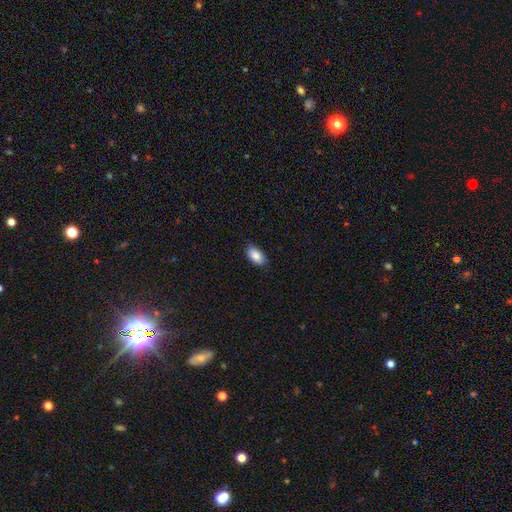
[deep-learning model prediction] This is clearly a smooth galaxy (88%). How rounded: clearly in between (93%). Merging: clearly none (84%).